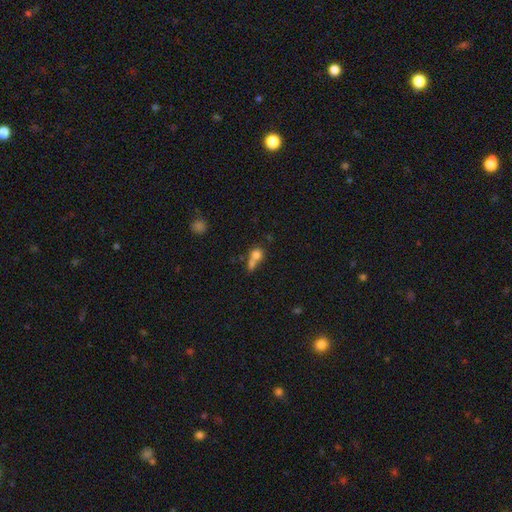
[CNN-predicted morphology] A smooth galaxy with no disk features (73%) that is round (67%). Merging: merger (59%).